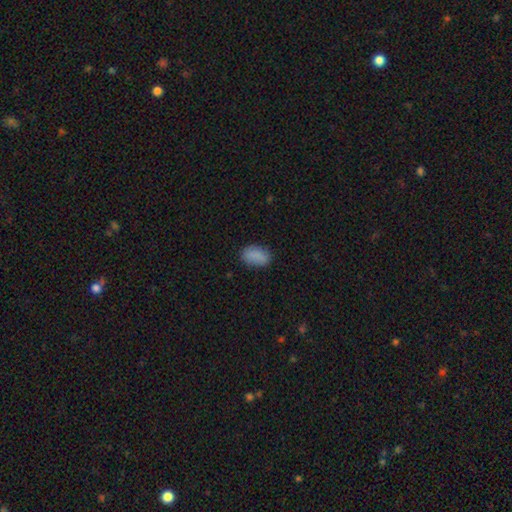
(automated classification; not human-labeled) This is clearly a smooth galaxy (86%). How rounded: clearly in between (90%). Merging: clearly none (80%).